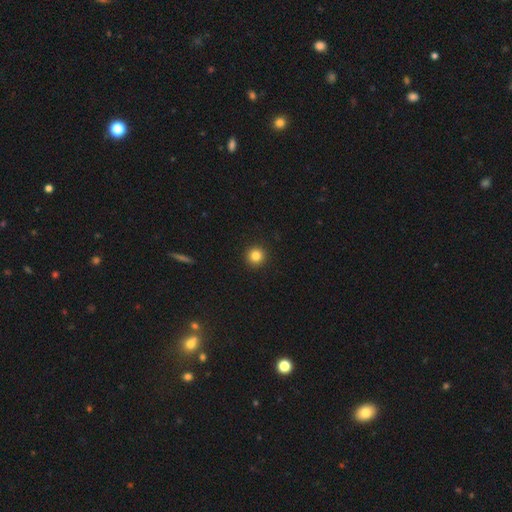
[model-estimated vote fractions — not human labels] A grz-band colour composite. It shows a smooth galaxy with no disk features (84%) that is round (95%). Merging: none (93%).